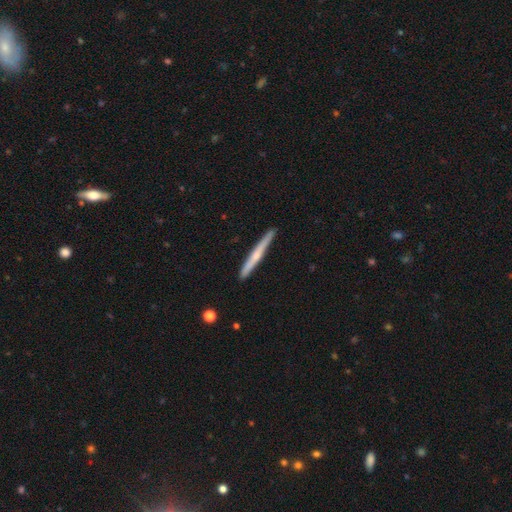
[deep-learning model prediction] This is possibly a featured or disk galaxy (53%). It is clearly viewed edge-on (97%). Edge-on bulge: possibly rounded (51%). Merging: clearly none (90%).